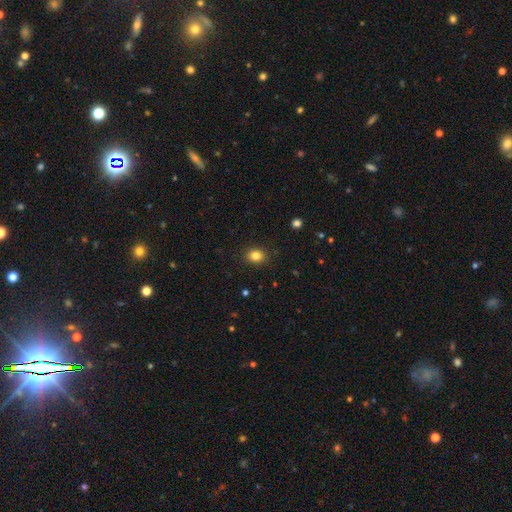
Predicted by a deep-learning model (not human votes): Smooth or featured? Predicted: smooth (p=0.83). How rounded? Predicted: in between (p=0.50). Merging? Predicted: none (p=0.89).